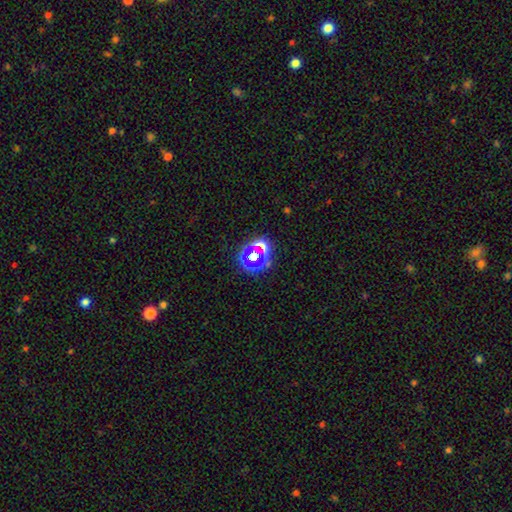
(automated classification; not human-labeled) Morphology: type=star or artifact (58%).